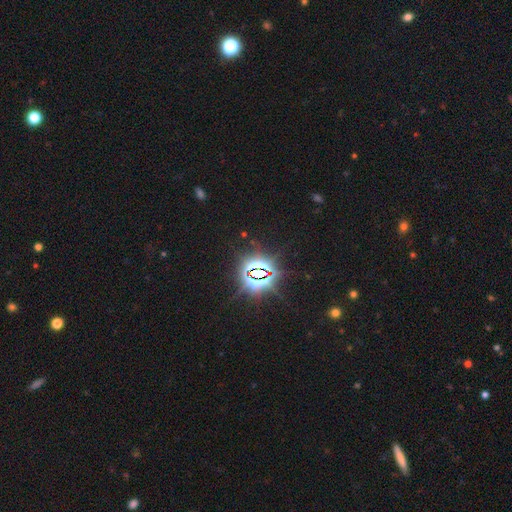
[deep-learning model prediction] star or artifact 83%, smooth 10%, featured or disk 6%.